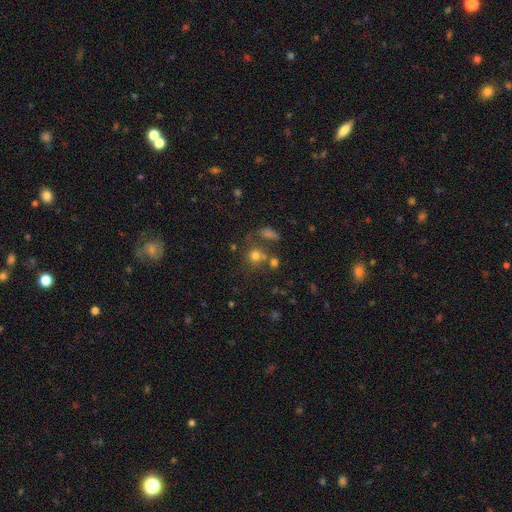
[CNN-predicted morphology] Q: Smooth or featured?
A: smooth (71%); runner-up: star or artifact (17%)
Q: How rounded?
A: round (84%); runner-up: in between (15%)
Q: Merging?
A: none (57%); runner-up: merger (23%)